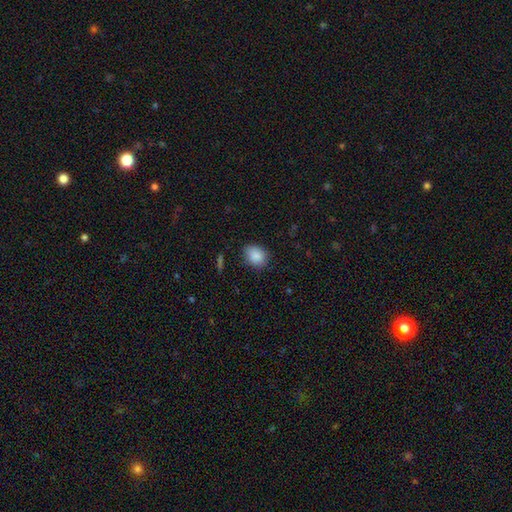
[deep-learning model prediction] A smooth galaxy with no disk features (88%) that is in between round and cigar-shaped (51%).

Vote fractions:
- Smooth or featured? smooth: 88% / star or artifact: 8% / featured or disk: 4%
- How rounded? in between: 51% / round: 48% / cigar-shaped: 1%
- Merging? none: 81% / minor disturbance: 15% / major disturbance: 3% / merger: 1%